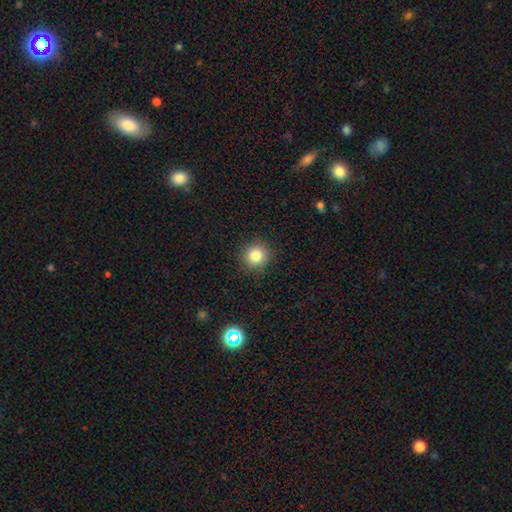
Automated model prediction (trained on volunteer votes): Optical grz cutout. It shows a smooth galaxy with no disk features (83%) that is round (92%). Merging: none (90%).